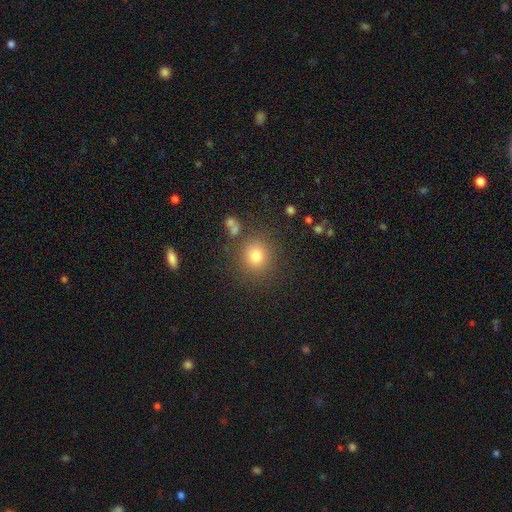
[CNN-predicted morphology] Smooth or featured?
  - smooth: 76% *
  - star or artifact: 16%
  - featured or disk: 8%
How rounded?
  - round: 87% *
  - in between: 12%
  - cigar-shaped: 1%
Merging?
  - none: 83% *
  - minor disturbance: 8%
  - merger: 5%
  - major disturbance: 3%